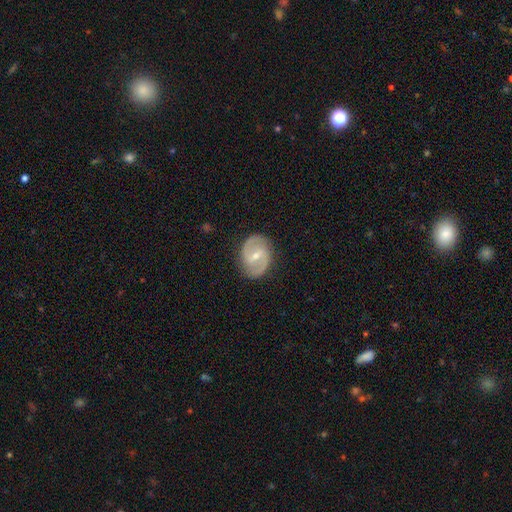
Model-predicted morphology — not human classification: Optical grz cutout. It shows a featured or disk galaxy (82%) with a weak bar (53%), 2 (91%) medium (55%) spiral arms (92%) and a small central bulge (54%). Merging: none (85%).